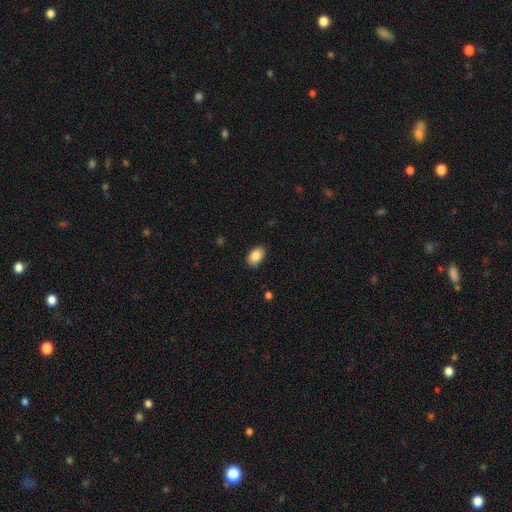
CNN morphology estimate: This is clearly a smooth galaxy (87%). How rounded: clearly in between (89%). Merging: clearly none (83%).